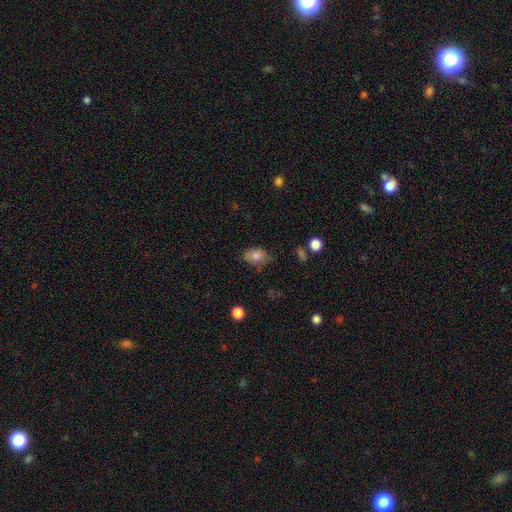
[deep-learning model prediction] Smooth or featured: smooth — 79% (featured or disk — 12%)
How rounded: in between — 84% (round — 14%)
Merging: none — 70% (minor disturbance — 23%)